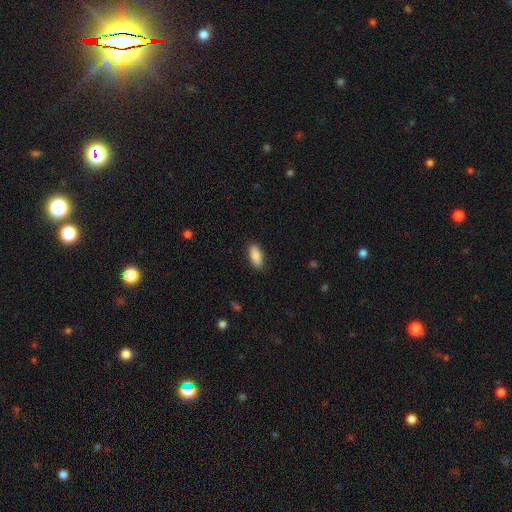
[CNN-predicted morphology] Overall: smooth (86%). How rounded: in between (84%). Merging: none (88%).